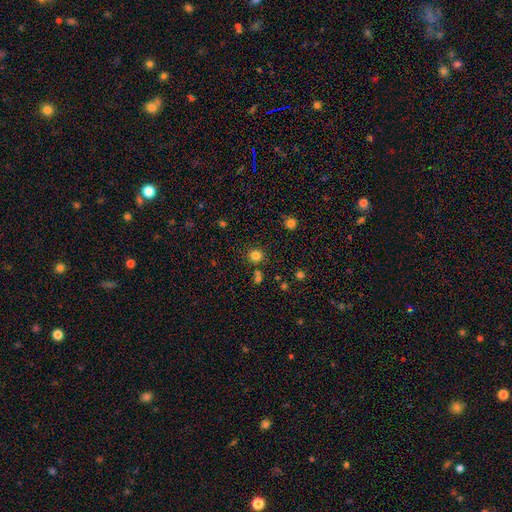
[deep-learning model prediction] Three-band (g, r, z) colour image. It shows a smooth galaxy with no disk features (80%) that is round (91%). Merging: none (81%).